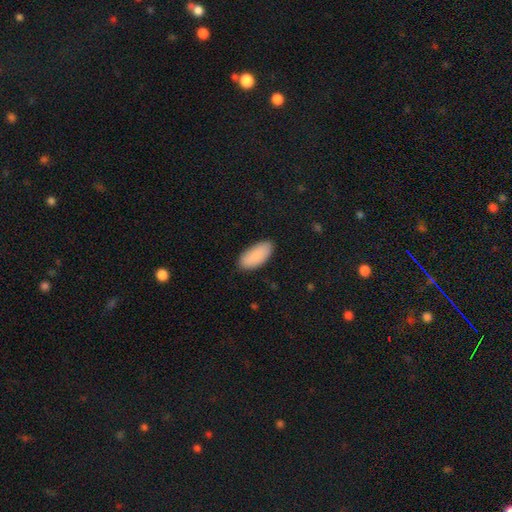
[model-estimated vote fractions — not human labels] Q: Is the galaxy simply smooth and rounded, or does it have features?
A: smooth — 89%.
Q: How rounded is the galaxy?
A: in between — 92%.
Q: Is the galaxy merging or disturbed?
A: none — 84%.